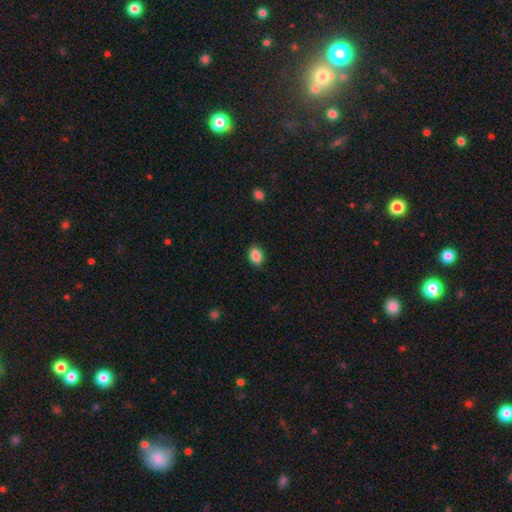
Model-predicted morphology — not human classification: smooth-or-featured: smooth: 88% | star or artifact: 8% | featured or disk: 4%
  how-rounded: in between: 77% | round: 22% | cigar-shaped: 1%
  merging: none: 87% | minor disturbance: 10% | major disturbance: 2% | merger: 1%